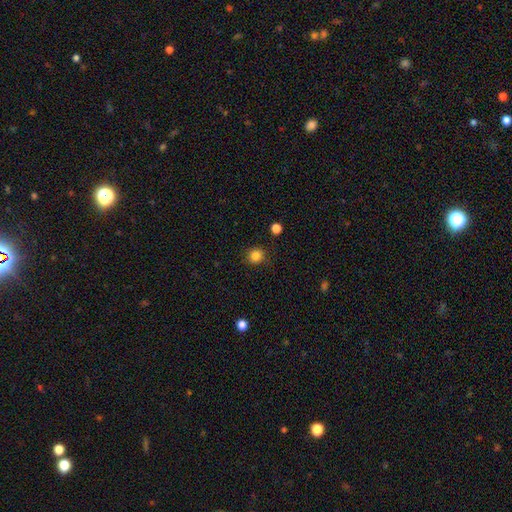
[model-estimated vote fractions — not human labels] Smooth or featured?
  - smooth: 84% *
  - star or artifact: 12%
  - featured or disk: 4%
How rounded?
  - round: 88% *
  - in between: 11%
  - cigar-shaped: 1%
Merging?
  - none: 88% *
  - minor disturbance: 8%
  - major disturbance: 2%
  - merger: 1%